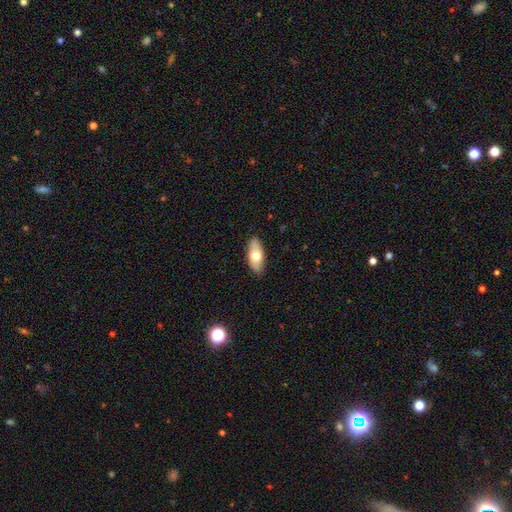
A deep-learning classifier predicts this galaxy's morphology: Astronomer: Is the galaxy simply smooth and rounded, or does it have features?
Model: smooth — 64%.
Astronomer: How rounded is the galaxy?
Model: in between — 87%.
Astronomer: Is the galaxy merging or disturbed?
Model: none — 86%.